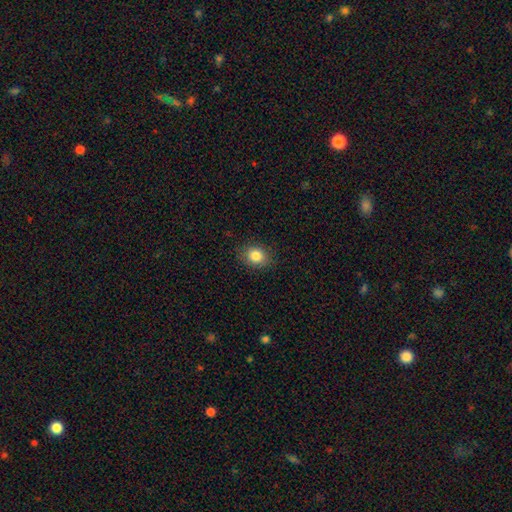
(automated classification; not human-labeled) Morphology: type=smooth (84%); roundness=round (54%); merging=none (86%).